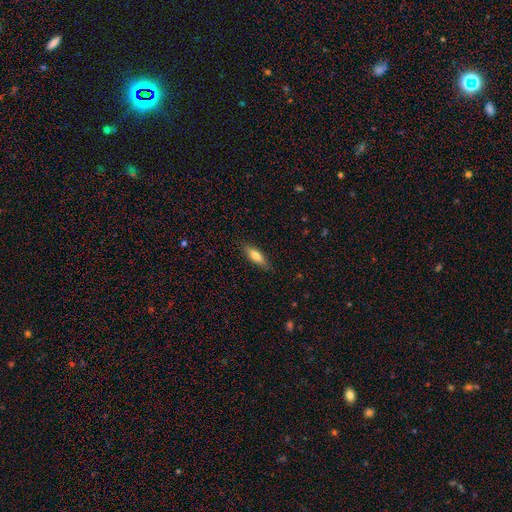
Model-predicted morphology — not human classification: Smooth or featured?
  - smooth: 71% *
  - featured or disk: 23%
  - star or artifact: 6%
How rounded?
  - in between: 51% *
  - cigar-shaped: 47%
  - round: 2%
Merging?
  - none: 85% *
  - minor disturbance: 11%
  - major disturbance: 2%
  - merger: 1%